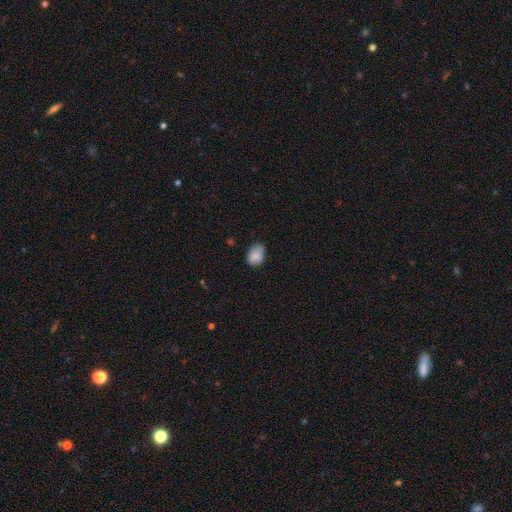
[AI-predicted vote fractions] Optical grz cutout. It shows a smooth galaxy with no disk features (83%) that is in between round and cigar-shaped (76%). Merging: none (57%).